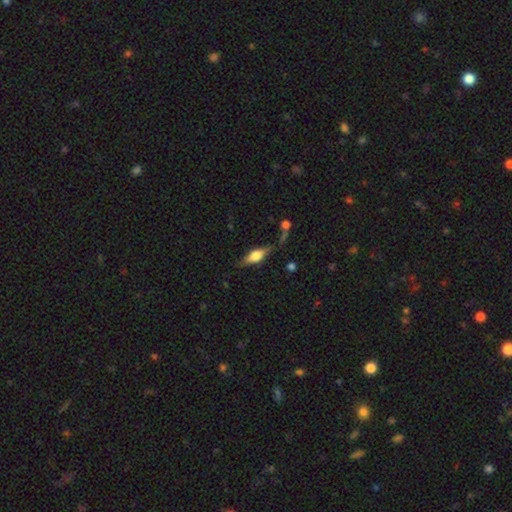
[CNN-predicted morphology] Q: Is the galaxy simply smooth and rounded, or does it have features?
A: featured or disk — 57%.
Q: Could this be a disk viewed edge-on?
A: yes — 92%.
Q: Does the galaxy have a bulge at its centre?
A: rounded — 86%.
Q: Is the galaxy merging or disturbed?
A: none — 71%.